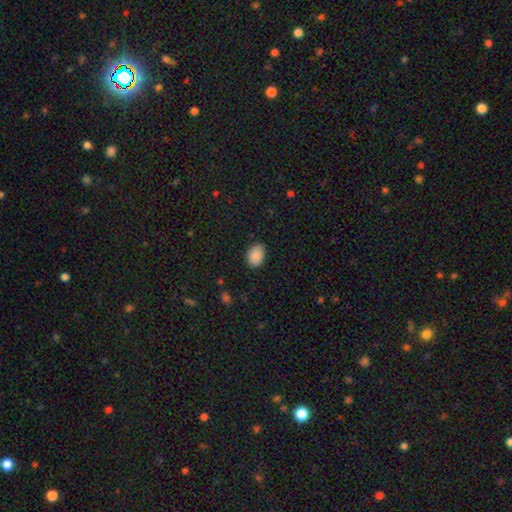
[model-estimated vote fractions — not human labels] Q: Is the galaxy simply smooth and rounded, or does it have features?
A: smooth — 88%.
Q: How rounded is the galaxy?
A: in between — 78%.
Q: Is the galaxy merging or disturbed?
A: none — 82%.